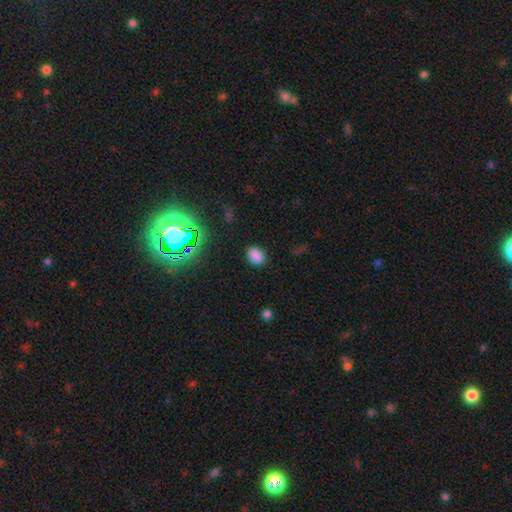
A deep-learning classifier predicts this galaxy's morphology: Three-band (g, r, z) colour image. It shows a smooth galaxy with no disk features (79%) that is in between round and cigar-shaped (69%). Merging: none (85%).